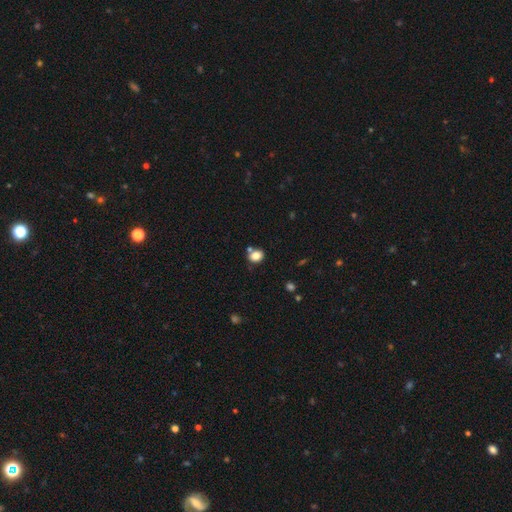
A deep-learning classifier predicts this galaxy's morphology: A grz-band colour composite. It shows a smooth galaxy with no disk features (82%) that is round (51%). Merging: none (66%).